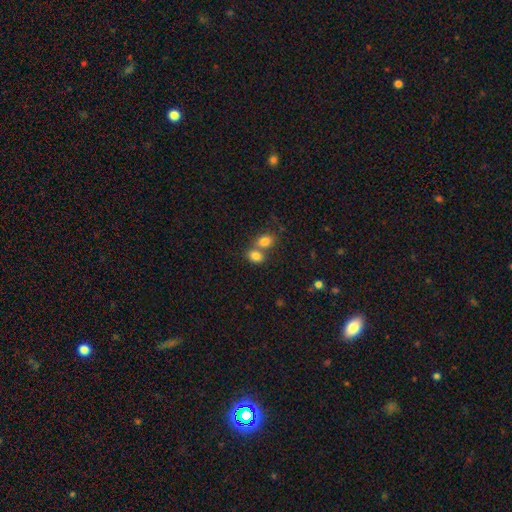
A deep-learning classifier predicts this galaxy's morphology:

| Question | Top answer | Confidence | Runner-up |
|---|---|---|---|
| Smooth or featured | smooth | 81% | star or artifact (10%) |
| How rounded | in between | 64% | round (34%) |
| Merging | merger | 55% | none (35%) |